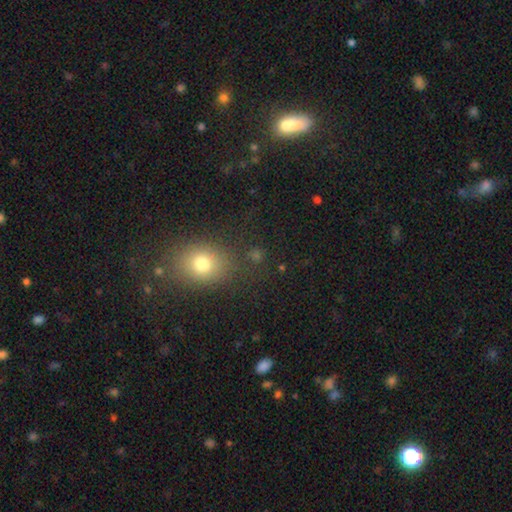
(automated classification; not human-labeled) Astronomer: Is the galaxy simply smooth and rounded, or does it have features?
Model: smooth — 63%.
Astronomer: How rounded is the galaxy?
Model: round — 64%.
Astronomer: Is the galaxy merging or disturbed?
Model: none — 79%.